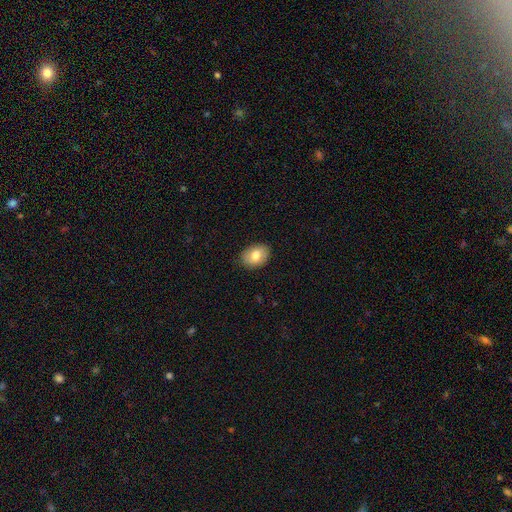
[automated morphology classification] Smooth or featured? smooth (78%)
How rounded? in between (77%)
Merging? none (87%)